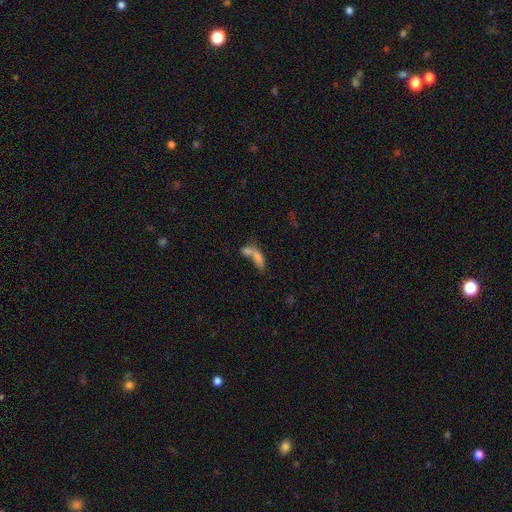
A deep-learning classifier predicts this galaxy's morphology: smooth-or-featured: smooth: 72% | featured or disk: 17% | star or artifact: 11%
  how-rounded: in between: 68% | cigar-shaped: 26% | round: 6%
  merging: merger: 67% | none: 19% | minor disturbance: 7% | major disturbance: 7%